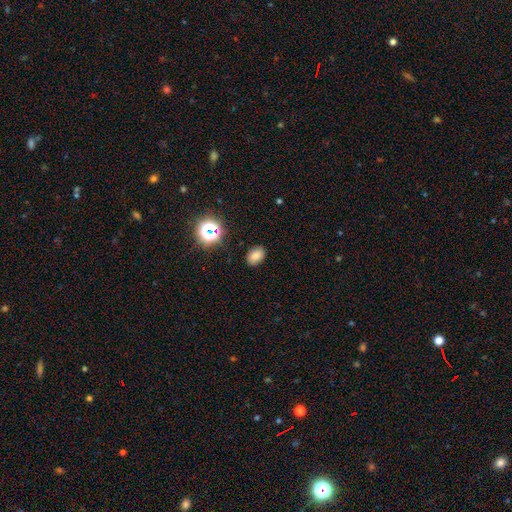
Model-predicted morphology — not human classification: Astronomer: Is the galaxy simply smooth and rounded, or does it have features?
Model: smooth — 78%.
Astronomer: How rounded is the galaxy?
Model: in between — 77%.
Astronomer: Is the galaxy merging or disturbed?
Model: none — 86%.